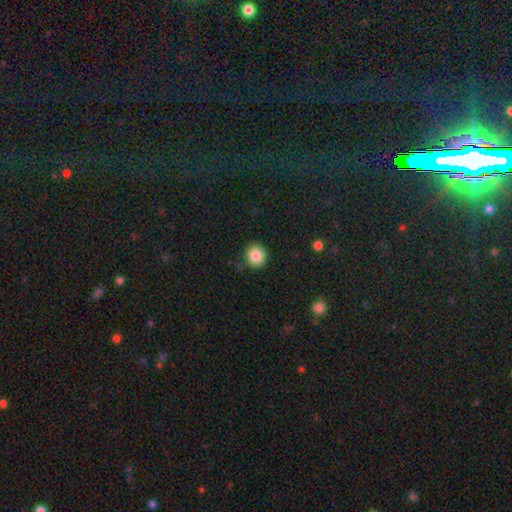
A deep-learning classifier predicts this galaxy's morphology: The model was most divided on "smooth or featured": smooth: 86%, star or artifact: 9%, featured or disk: 5%. More confident: how rounded — round (89%); merging — none (88%).